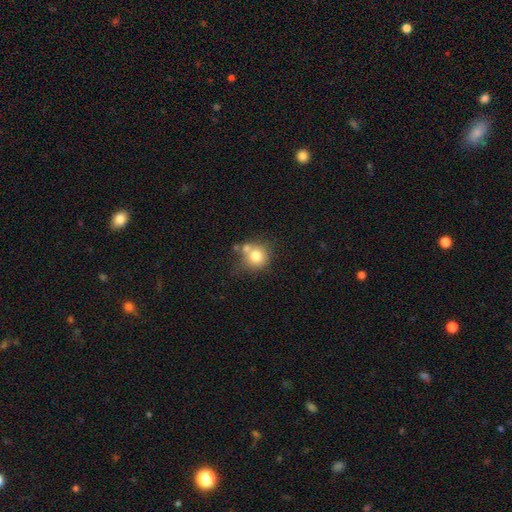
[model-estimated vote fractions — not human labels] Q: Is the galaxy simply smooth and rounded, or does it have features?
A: smooth — 75%.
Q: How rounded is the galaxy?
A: round — 88%.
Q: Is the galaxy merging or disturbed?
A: none — 53%.